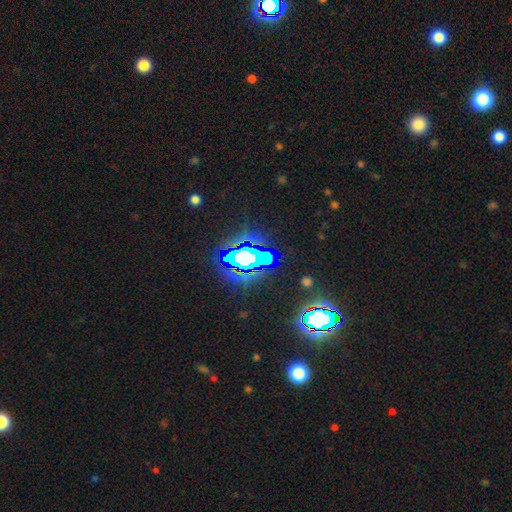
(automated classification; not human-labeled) Q: Smooth or featured?
A: star or artifact (68%); runner-up: smooth (17%)